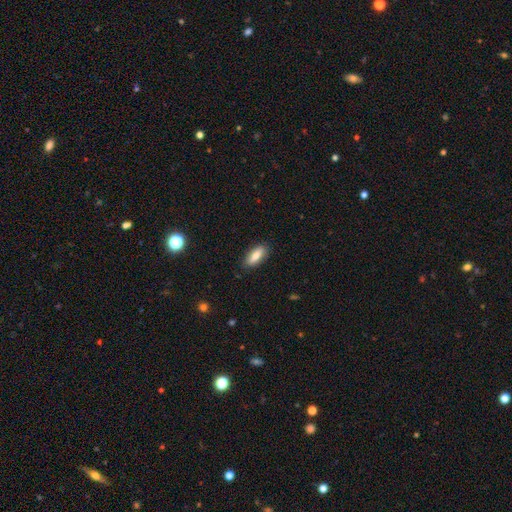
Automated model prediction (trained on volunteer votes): Morphology: type=smooth (75%); roundness=in between (73%); merging=none (86%).